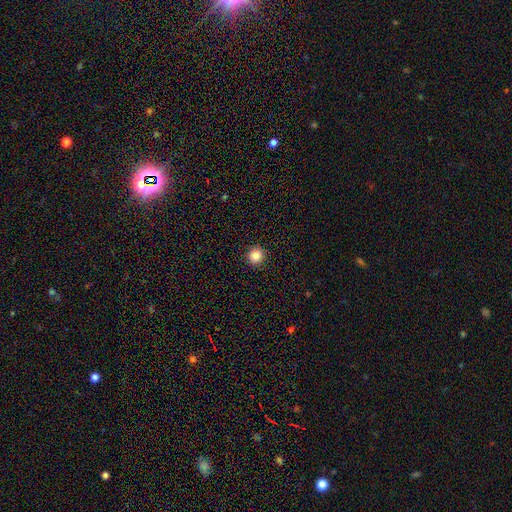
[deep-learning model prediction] A smooth galaxy with no disk features (86%) that is round (94%).

Vote fractions:
- Smooth or featured? smooth: 86% / star or artifact: 10% / featured or disk: 4%
- How rounded? round: 94% / in between: 5% / cigar-shaped: 1%
- Merging? none: 93% / minor disturbance: 5% / major disturbance: 2% / merger: 1%